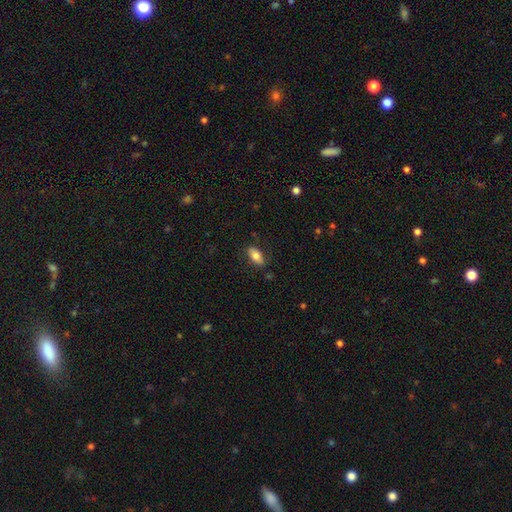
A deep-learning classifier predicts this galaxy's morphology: A smooth galaxy with no disk features (75%) that is in between round and cigar-shaped (90%). Merging: none (79%).